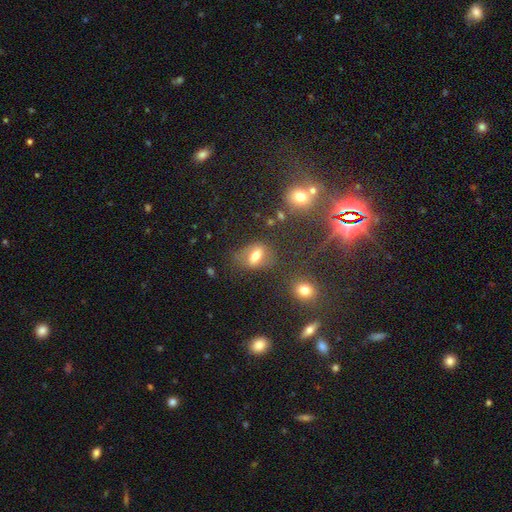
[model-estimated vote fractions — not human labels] smooth 62%, featured or disk 25%, star or artifact 13%. Down the decision tree: how rounded — in between (79%); merging — none (58%).